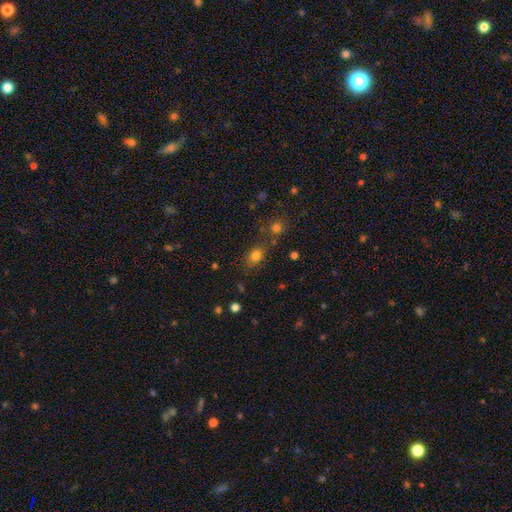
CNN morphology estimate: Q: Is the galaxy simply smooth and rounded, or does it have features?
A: smooth — 77%.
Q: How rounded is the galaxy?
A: round — 49%, tied with in between.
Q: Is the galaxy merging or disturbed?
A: none — 67%.